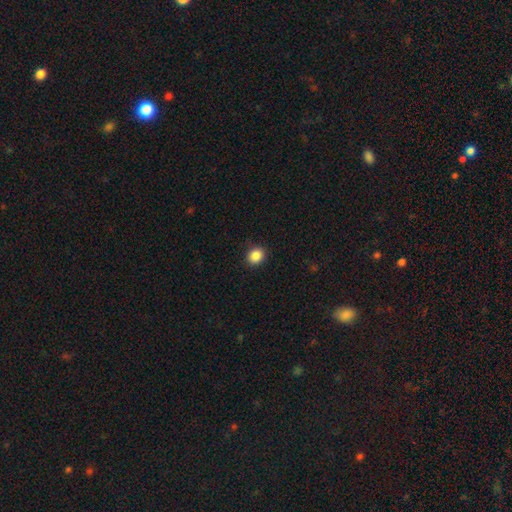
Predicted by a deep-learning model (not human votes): The model was most divided on "how rounded": round: 71%, in between: 28%, cigar-shaped: 1%. More confident: merging — none (89%); smooth or featured — smooth (87%).